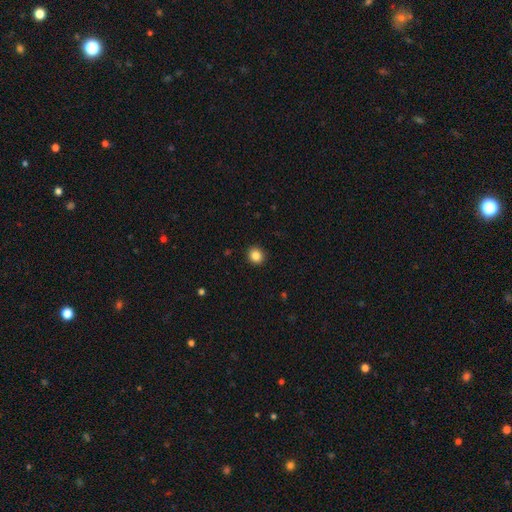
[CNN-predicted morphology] smooth 86%, star or artifact 10%, featured or disk 4%. Down the decision tree: how rounded — round (88%); merging — none (92%).